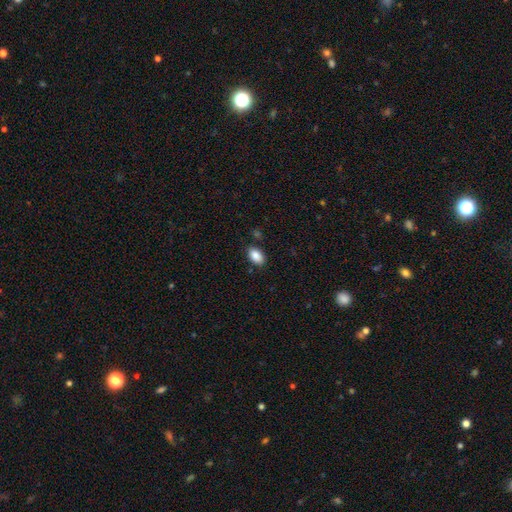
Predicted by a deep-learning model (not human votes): This appears to be a smooth galaxy with no disk features (88%) that is in between round and cigar-shaped (91%). Merging: none (85%).